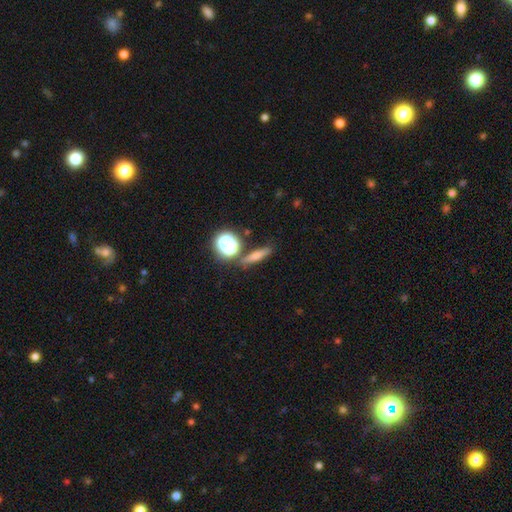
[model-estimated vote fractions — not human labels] Smooth or featured? smooth (59%)
How rounded? cigar-shaped (60%)
Merging? none (77%)